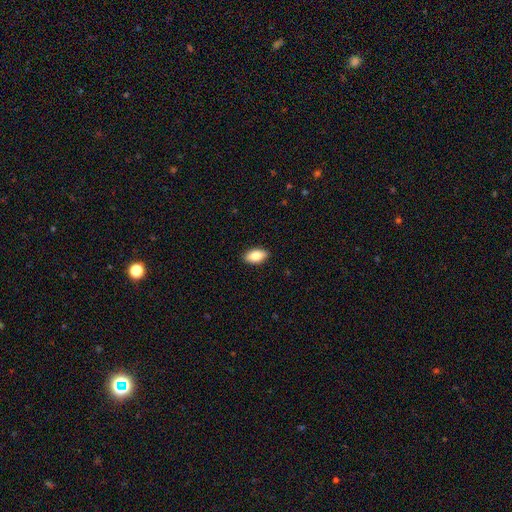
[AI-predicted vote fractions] Smooth or featured?
  - smooth: 84% *
  - featured or disk: 9%
  - star or artifact: 7%
How rounded?
  - in between: 92% *
  - round: 4%
  - cigar-shaped: 4%
Merging?
  - none: 90% *
  - minor disturbance: 8%
  - major disturbance: 2%
  - merger: 1%